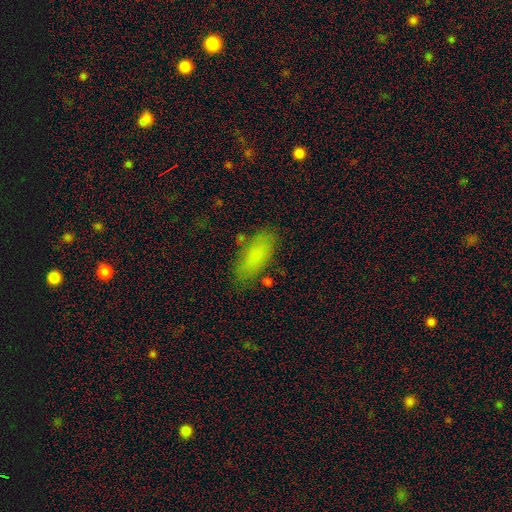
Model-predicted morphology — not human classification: Smooth or featured? Predicted: smooth (p=0.82). How rounded? Predicted: in between (p=0.75). Merging? Predicted: none (p=0.77).